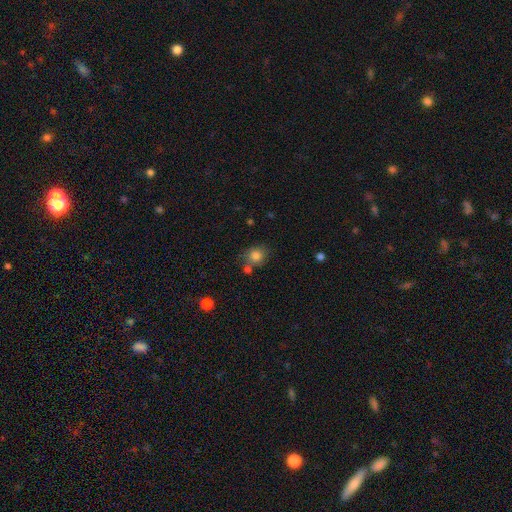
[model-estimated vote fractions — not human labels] Smooth or featured? smooth (82%)
How rounded? round (76%)
Merging? none (65%)